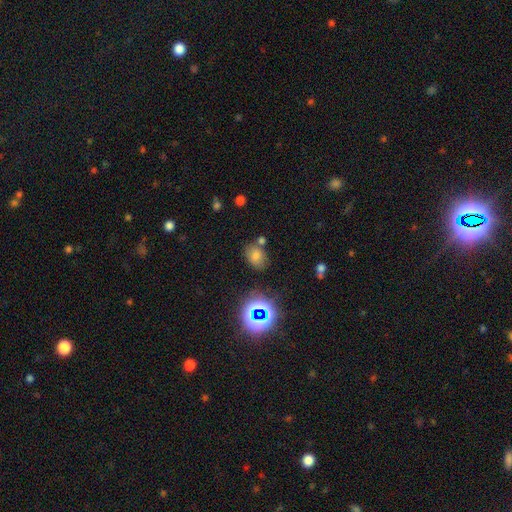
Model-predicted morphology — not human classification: smooth 60%, star or artifact 30%, featured or disk 10%. Down the decision tree: how rounded — in between (53%); merging — none (74%).